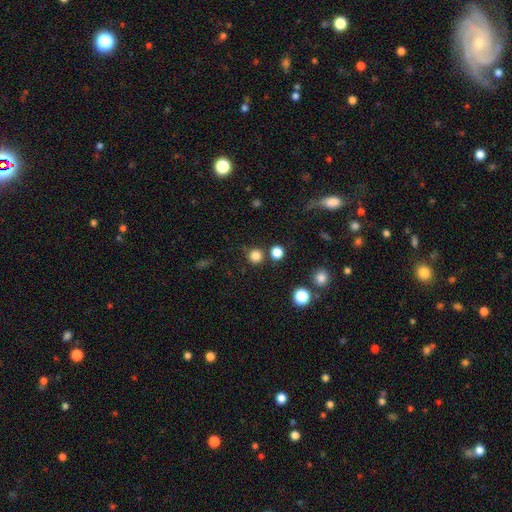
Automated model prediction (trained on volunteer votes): A smooth galaxy with no disk features (81%) that is round (94%).

Vote fractions:
- Smooth or featured? smooth: 81% / star or artifact: 15% / featured or disk: 4%
- How rounded? round: 94% / in between: 5% / cigar-shaped: 1%
- Merging? none: 84% / minor disturbance: 7% / merger: 6% / major disturbance: 3%